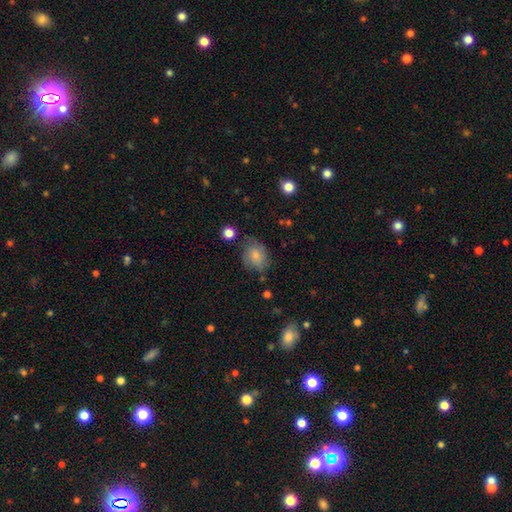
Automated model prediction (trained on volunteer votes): smooth 69%, featured or disk 22%, star or artifact 9%. Down the decision tree: how rounded — round (52%); merging — none (61%).